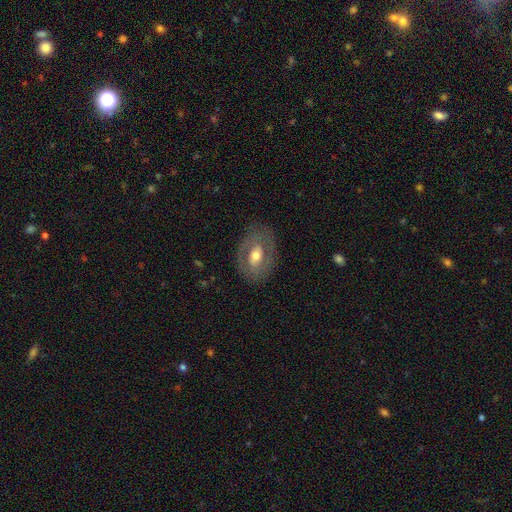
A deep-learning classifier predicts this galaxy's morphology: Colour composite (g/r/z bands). It shows a featured or disk galaxy (56%) with no bar (48%), no spiral arms (65%) and a moderate central bulge (70%). Merging: none (78%).